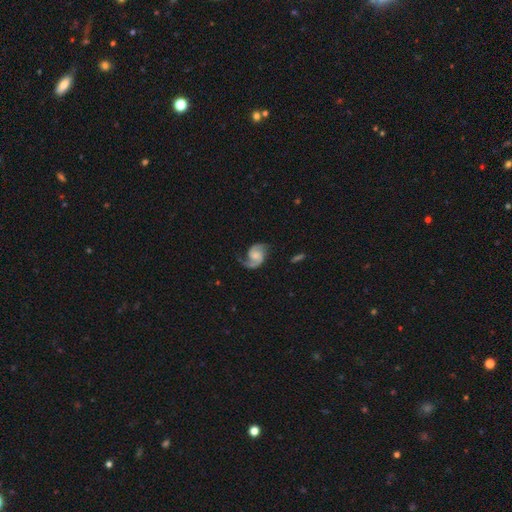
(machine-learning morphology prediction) Q: Smooth or featured?
A: featured or disk (89%); runner-up: smooth (6%)
Q: Edge-on disk?
A: no (98%); runner-up: yes (2%)
Q: Bar?
A: no (58%); runner-up: weak (35%)
Q: Spiral arms?
A: yes (98%); runner-up: no (2%)
Q: Spiral winding?
A: medium (54%); runner-up: loose (28%)
Q: Spiral arm count?
A: 2 (88%); runner-up: 1 (7%)
Q: Bulge size?
A: small (38%); runner-up: moderate (32%)
Q: Merging?
A: none (71%); runner-up: minor disturbance (18%)